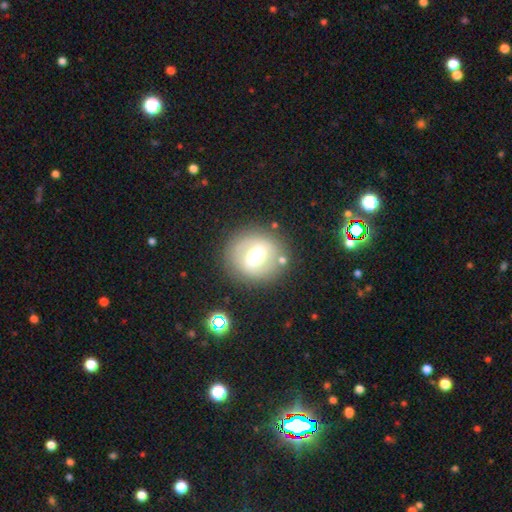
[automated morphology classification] featured or disk 51%, smooth 40%, star or artifact 9%. Down the decision tree: edge-on disk — no (92%); merging — none (79%).